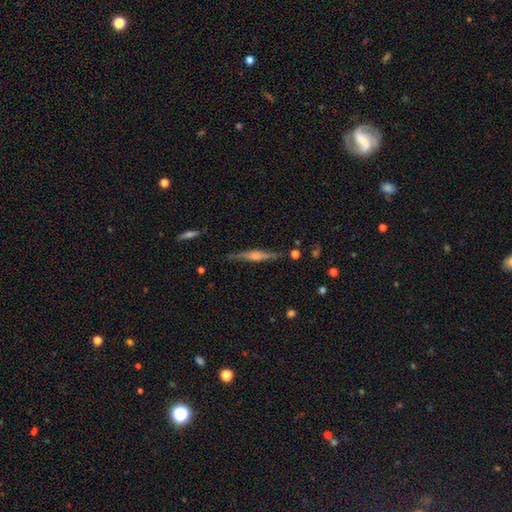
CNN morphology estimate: smooth_or_featured: featured or disk (p=0.73) [alt: smooth p=0.21]
disk_edge_on: yes (p=0.97) [alt: no p=0.03]
edge_on_bulge: rounded (p=0.73) [alt: boxy p=0.20]
merging: none (p=0.84) [alt: minor disturbance p=0.11]